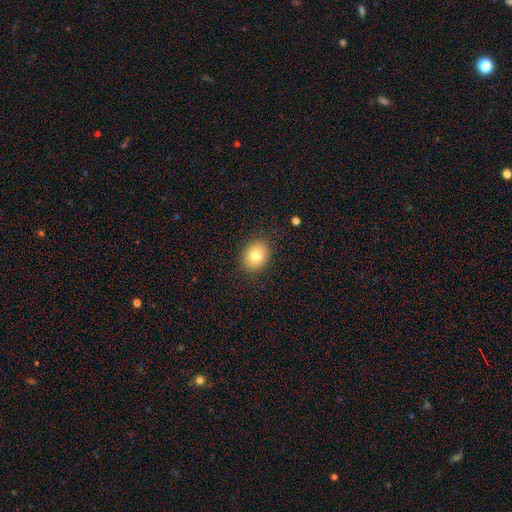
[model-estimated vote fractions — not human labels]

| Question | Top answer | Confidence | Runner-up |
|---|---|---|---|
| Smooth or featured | smooth | 79% | featured or disk (11%) |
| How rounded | round | 63% | in between (36%) |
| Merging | none | 88% | minor disturbance (8%) |